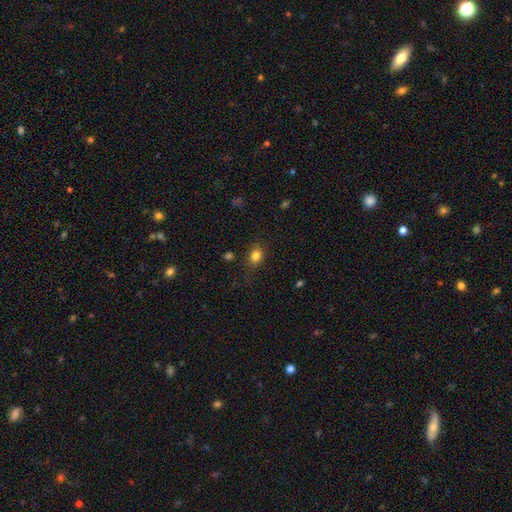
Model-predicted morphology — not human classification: Smooth or featured? Predicted: smooth (p=0.83). How rounded? Predicted: in between (p=0.56). Merging? Predicted: none (p=0.79).